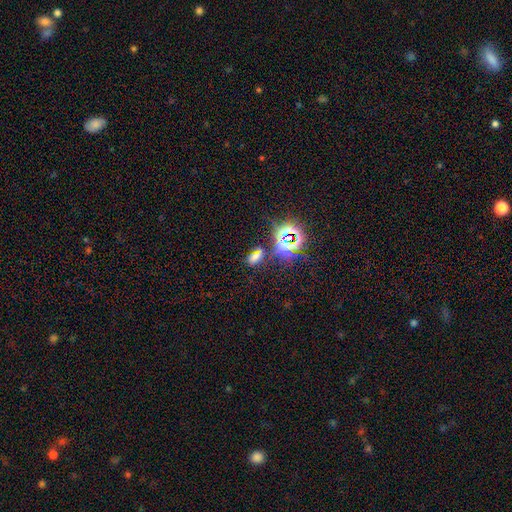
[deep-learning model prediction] Smooth or featured?
  - star or artifact: 48% *
  - smooth: 44%
  - featured or disk: 8%